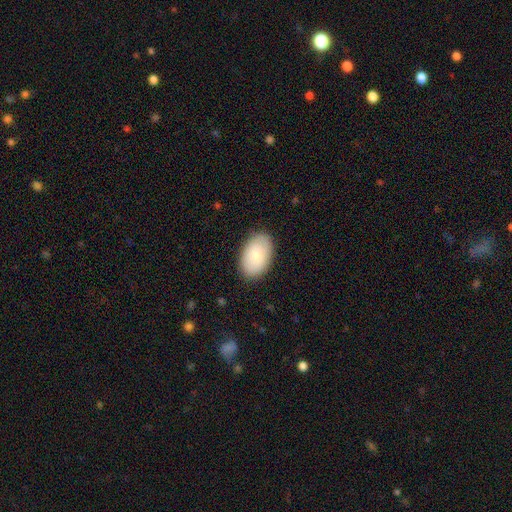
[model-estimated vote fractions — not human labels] A smooth galaxy with no disk features (79%) that is in between round and cigar-shaped (93%). Merging: none (86%).